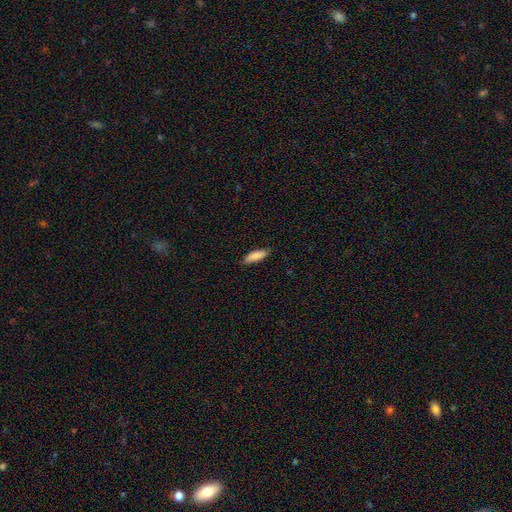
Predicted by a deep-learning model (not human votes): smooth_or_featured: smooth (p=0.88) [alt: featured or disk p=0.06]
how_rounded: in between (p=0.51) [alt: cigar-shaped p=0.48]
merging: none (p=0.85) [alt: minor disturbance p=0.12]